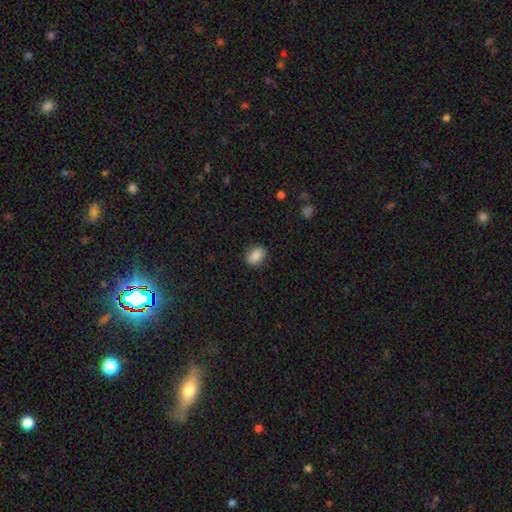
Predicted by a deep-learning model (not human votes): smooth_or_featured: smooth (p=0.88) [alt: star or artifact p=0.08]
how_rounded: in between (p=0.73) [alt: round p=0.25]
merging: none (p=0.87) [alt: minor disturbance p=0.10]